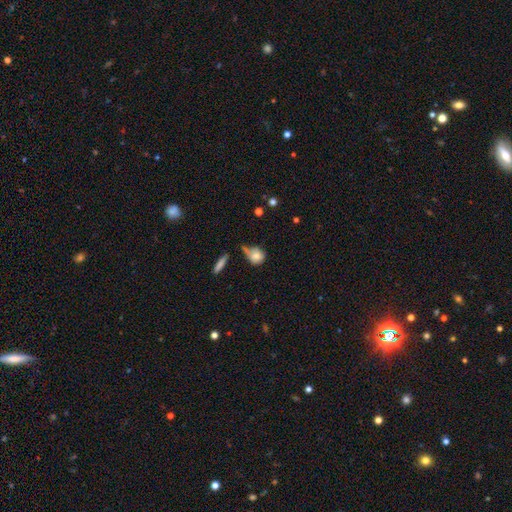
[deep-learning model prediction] A smooth galaxy with no disk features (75%) that is round (60%). Merging: none (37%).